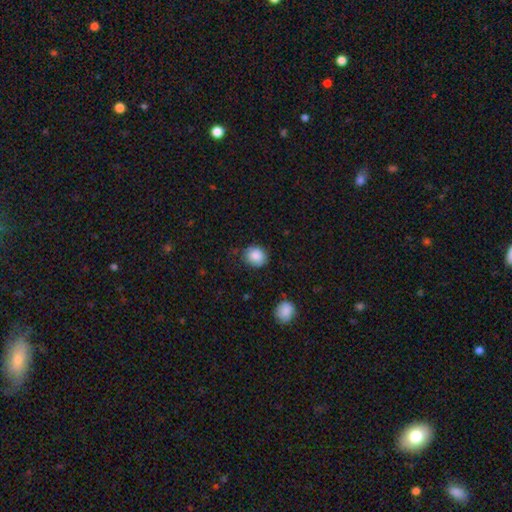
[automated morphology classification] This appears to be a smooth galaxy with no disk features (88%) that is round (81%). Merging: none (79%).